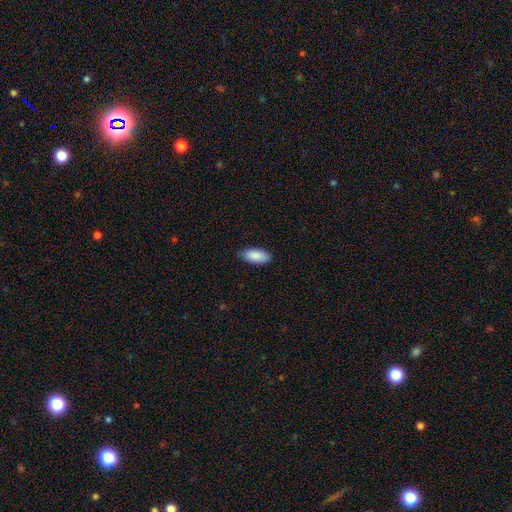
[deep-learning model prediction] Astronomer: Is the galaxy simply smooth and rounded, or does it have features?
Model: smooth — 90%.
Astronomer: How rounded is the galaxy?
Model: in between — 89%.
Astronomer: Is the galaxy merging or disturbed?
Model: none — 85%.